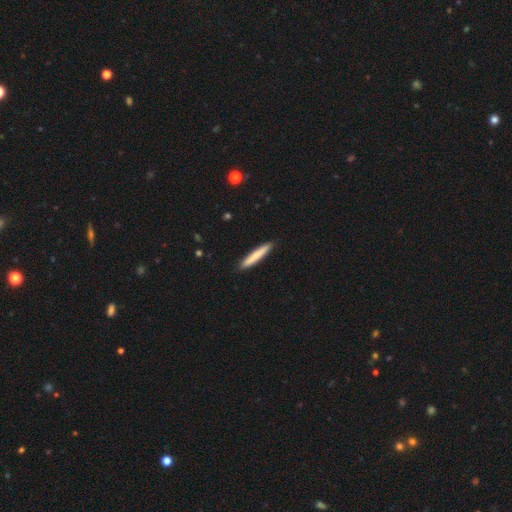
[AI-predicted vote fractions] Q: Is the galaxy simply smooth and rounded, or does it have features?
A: smooth — 76%.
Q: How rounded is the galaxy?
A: cigar-shaped — 94%.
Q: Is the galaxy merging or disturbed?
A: none — 91%.